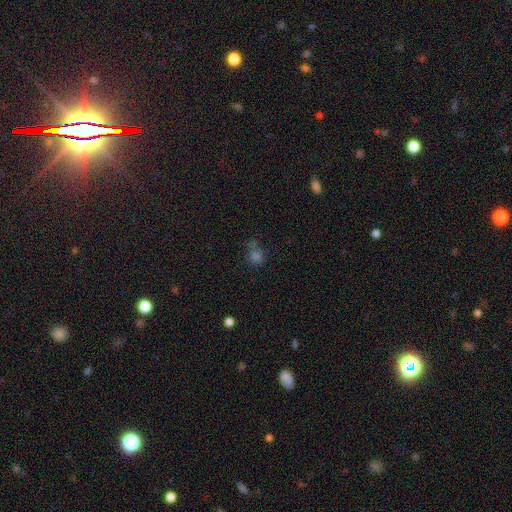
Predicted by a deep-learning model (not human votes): The model was most divided on "smooth or featured": smooth: 60%, star or artifact: 30%, featured or disk: 10%. More confident: how rounded — round (78%); merging — none (57%).